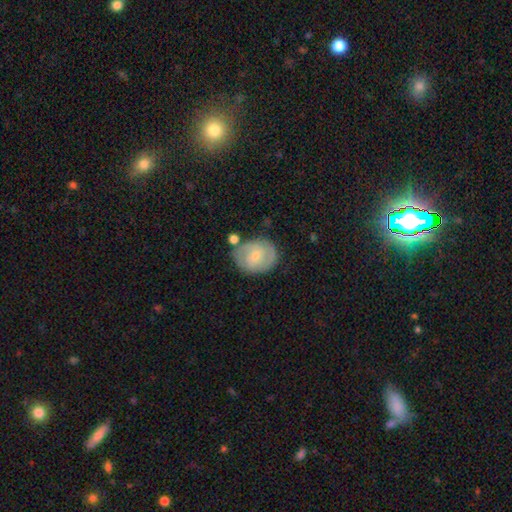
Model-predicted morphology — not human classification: Q: Smooth or featured?
A: featured or disk (51%); runner-up: smooth (42%)
Q: Edge-on disk?
A: no (97%); runner-up: yes (3%)
Q: Merging?
A: none (64%); runner-up: minor disturbance (20%)